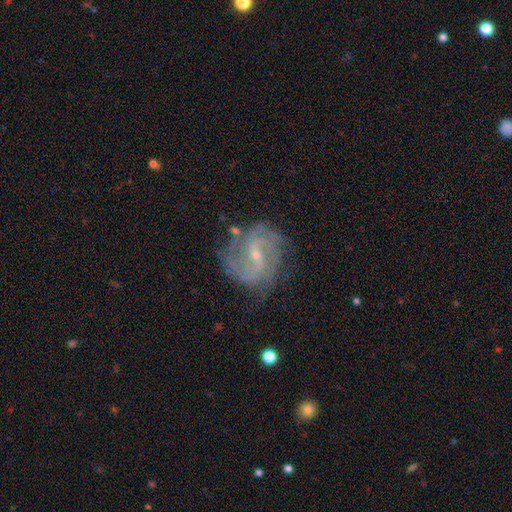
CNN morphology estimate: Smooth or featured? Predicted: featured or disk (p=0.87). Edge-on disk? Predicted: no (p=0.97). Bar? Predicted: weak (p=0.55). Spiral arms? Predicted: yes (p=0.96). Spiral winding? Predicted: medium (p=0.49). Spiral arm count? Predicted: 2 (p=0.61). Bulge size? Predicted: small (p=0.73). Merging? Predicted: none (p=0.71).